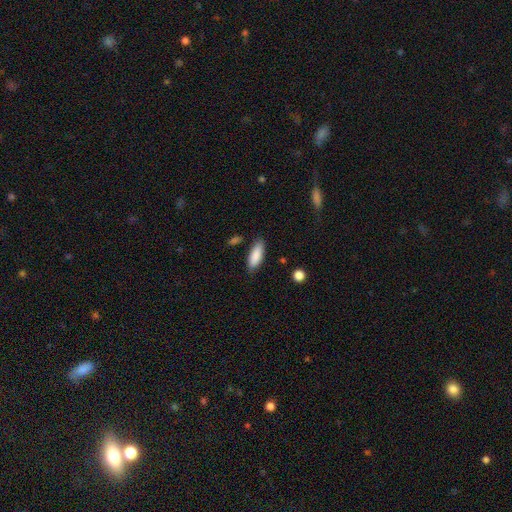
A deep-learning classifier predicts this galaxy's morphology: Overall: smooth (88%). How rounded: in between (66%; cigar-shaped 32%). Merging: none (83%).